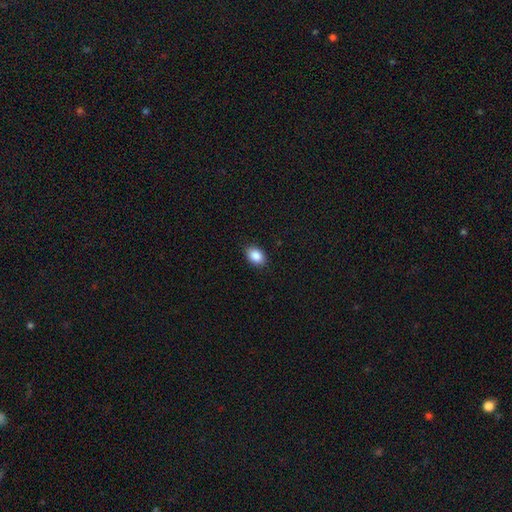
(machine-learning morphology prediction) type=smooth (89%); roundness=in between (83%); merging=none (89%).